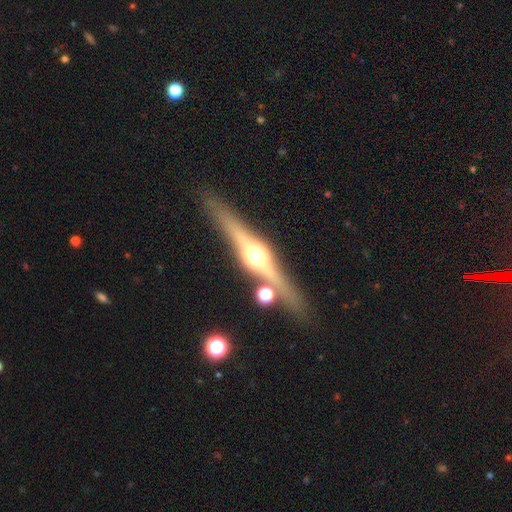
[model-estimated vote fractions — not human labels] This appears to be a featured or disk galaxy (77%) viewed edge-on (96%) with a rounded central bulge (94%). Merging: none (82%).